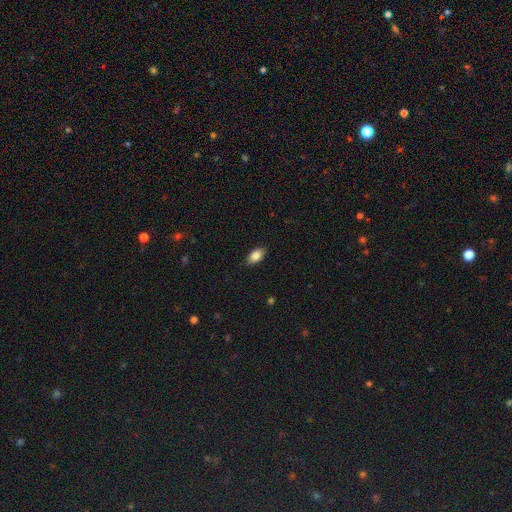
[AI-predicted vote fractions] Q: Smooth or featured?
A: smooth (85%); runner-up: star or artifact (7%)
Q: How rounded?
A: in between (92%); runner-up: round (6%)
Q: Merging?
A: none (88%); runner-up: minor disturbance (9%)